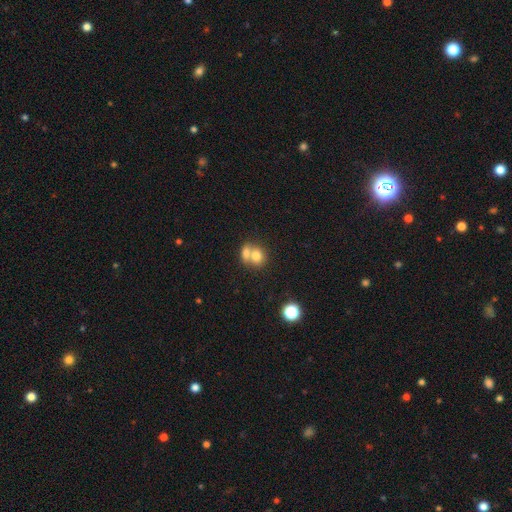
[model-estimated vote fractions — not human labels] This is likely a smooth galaxy (76%). How rounded: possibly round (56%). Merging: likely merger (64%).